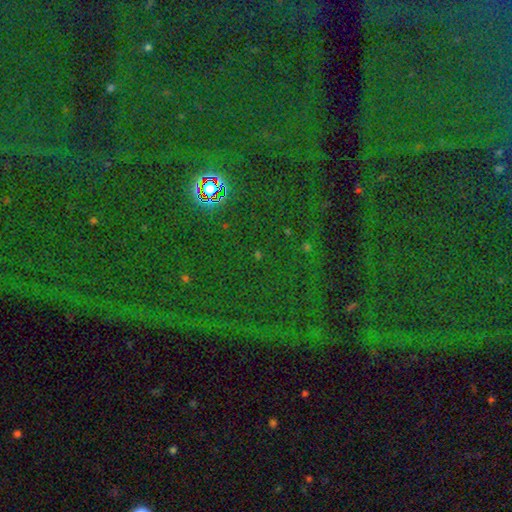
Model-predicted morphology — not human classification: Smooth or featured? Predicted: star or artifact (p=0.83).